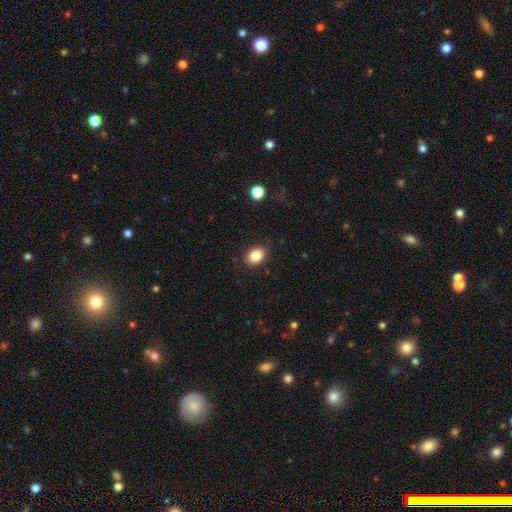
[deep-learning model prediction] smooth 85%, star or artifact 9%, featured or disk 6%. Down the decision tree: how rounded — in between (70%); merging — none (85%).